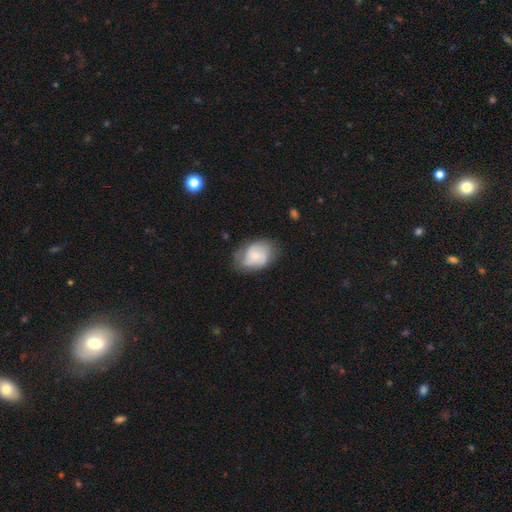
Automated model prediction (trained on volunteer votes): This appears to be a featured or disk galaxy (56%) with no bar (67%), spiral arms (87%) and a small central bulge (63%). Merging: none (64%).